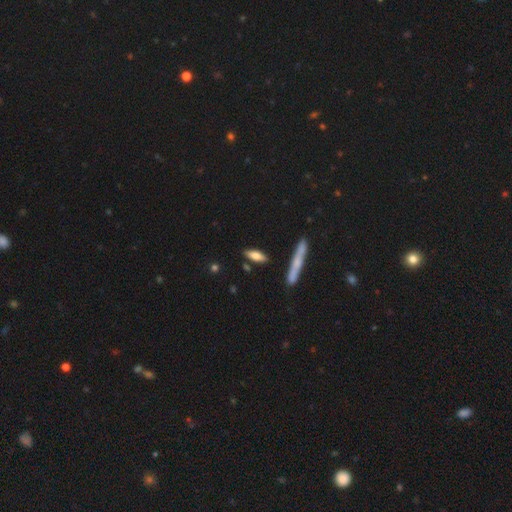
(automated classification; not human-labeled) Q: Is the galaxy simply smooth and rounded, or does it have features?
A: smooth — 69%.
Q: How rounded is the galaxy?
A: in between — 49%.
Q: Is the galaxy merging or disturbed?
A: none — 82%.